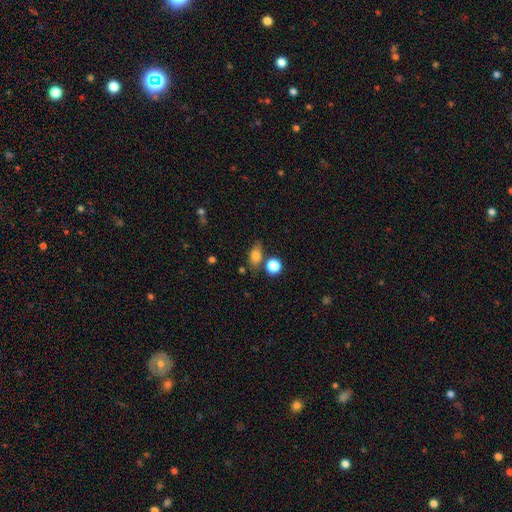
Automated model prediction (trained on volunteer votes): The model was most divided on "how rounded": in between: 71%, round: 23%, cigar-shaped: 6%. More confident: smooth or featured — smooth (78%); merging — none (66%).